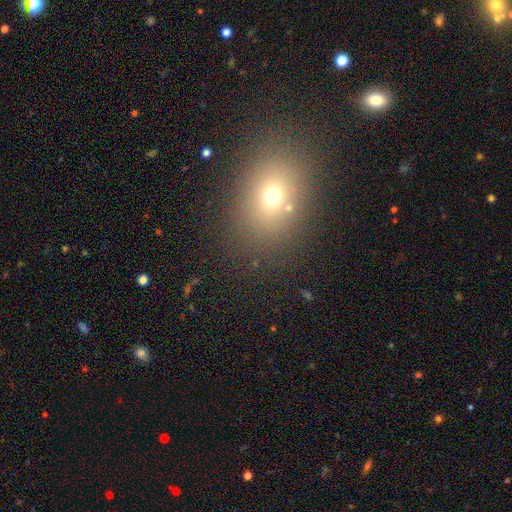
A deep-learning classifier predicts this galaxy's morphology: Smooth or featured? smooth (62%)
How rounded? in between (60%)
Merging? none (87%)